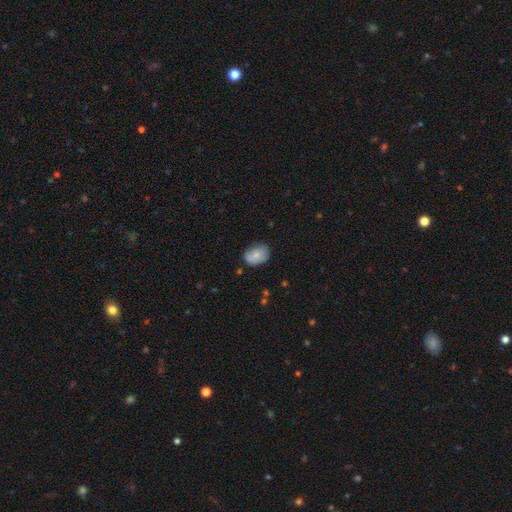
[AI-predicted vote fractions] This appears to be a smooth galaxy with no disk features (75%) that is in between round and cigar-shaped (74%). Merging: none (64%).